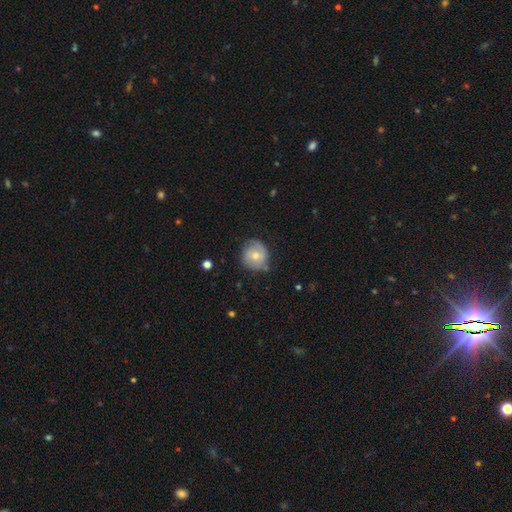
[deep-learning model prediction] This is possibly a smooth galaxy (48%). Merging: likely none (66%).